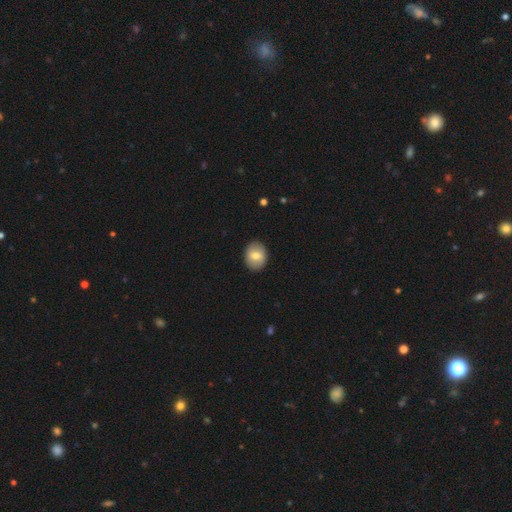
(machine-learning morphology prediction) Smooth or featured?
  - smooth: 70% *
  - featured or disk: 23%
  - star or artifact: 8%
How rounded?
  - round: 50% *
  - in between: 49%
  - cigar-shaped: 1%
Merging?
  - none: 90% *
  - minor disturbance: 8%
  - major disturbance: 2%
  - merger: 1%